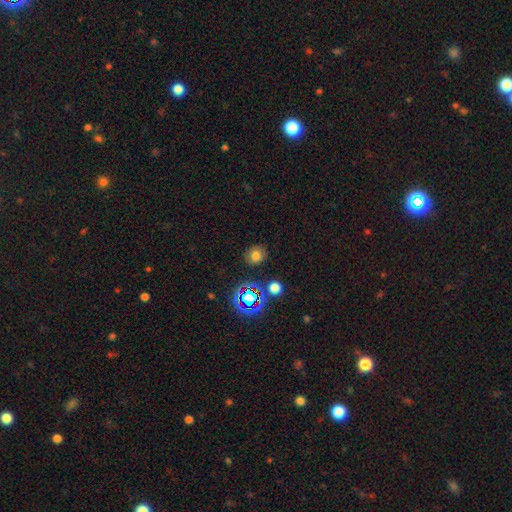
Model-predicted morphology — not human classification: The model was most divided on "how rounded": round: 70%, in between: 29%, cigar-shaped: 1%. More confident: merging — none (84%); smooth or featured — smooth (68%).